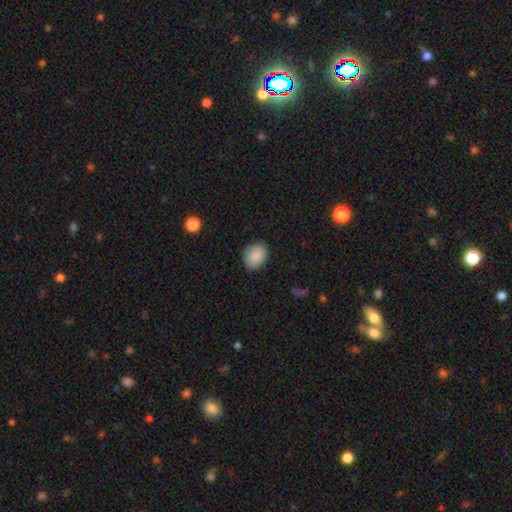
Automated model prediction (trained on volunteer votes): smooth_or_featured: smooth (p=0.89) [alt: star or artifact p=0.07]
how_rounded: in between (p=0.62) [alt: round p=0.37]
merging: none (p=0.83) [alt: minor disturbance p=0.13]